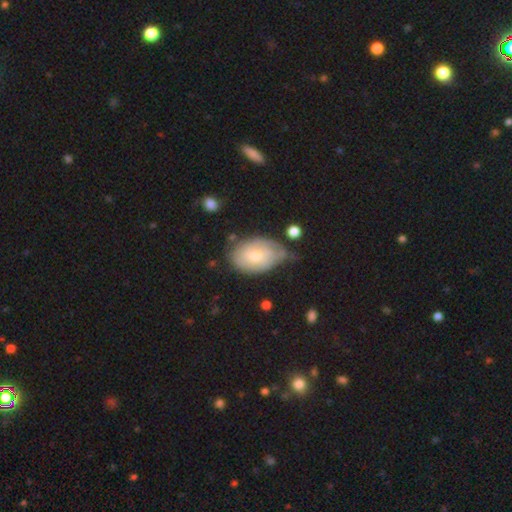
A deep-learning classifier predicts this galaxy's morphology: smooth-or-featured: smooth: 49% | featured or disk: 44% | star or artifact: 6%
  merging: none: 46% | minor disturbance: 36% | major disturbance: 13% | merger: 5%